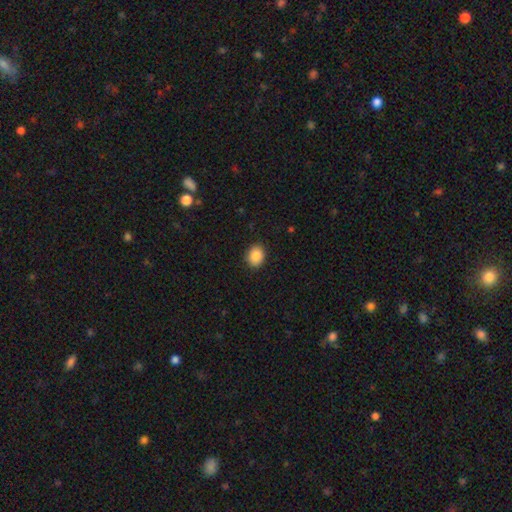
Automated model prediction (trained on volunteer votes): The model was most divided on "how rounded": round: 53%, in between: 46%, cigar-shaped: 1%. More confident: merging — none (88%); smooth or featured — smooth (88%).